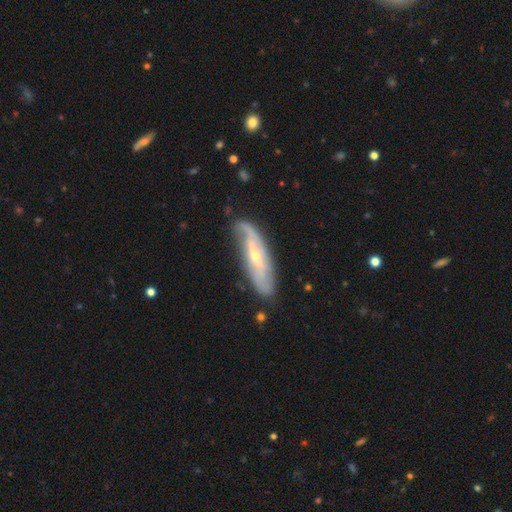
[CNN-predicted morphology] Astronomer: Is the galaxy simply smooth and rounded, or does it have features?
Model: featured or disk — 75%.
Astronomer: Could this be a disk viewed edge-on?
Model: no — 72%.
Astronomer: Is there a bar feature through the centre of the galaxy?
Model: no — 41% (runner-up: weak, 38%).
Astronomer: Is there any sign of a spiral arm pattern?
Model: yes — 83%.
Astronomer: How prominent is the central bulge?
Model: small — 62%.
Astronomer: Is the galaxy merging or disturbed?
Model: none — 70%.